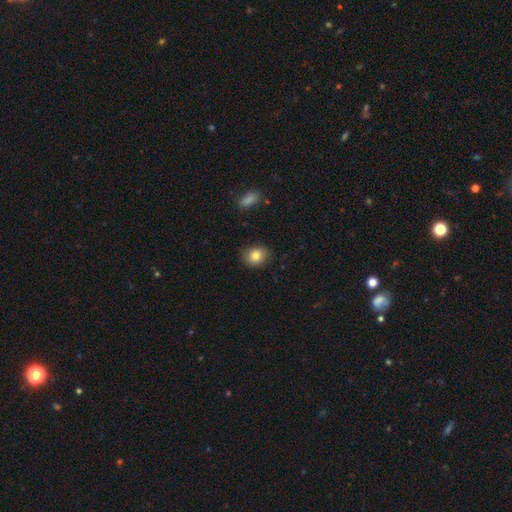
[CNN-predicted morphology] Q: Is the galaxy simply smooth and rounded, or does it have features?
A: smooth — 81%.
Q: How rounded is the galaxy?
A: round — 63%.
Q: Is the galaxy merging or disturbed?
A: none — 84%.